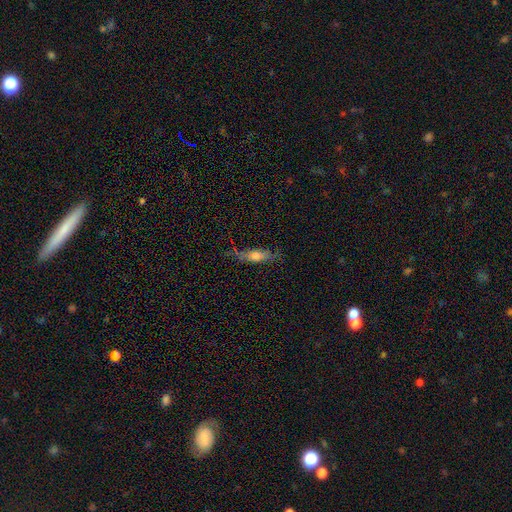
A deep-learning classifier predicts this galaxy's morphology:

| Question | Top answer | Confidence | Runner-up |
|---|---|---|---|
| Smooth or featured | smooth | 60% | featured or disk (32%) |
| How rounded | cigar-shaped | 55% | in between (42%) |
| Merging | none | 68% | minor disturbance (22%) |